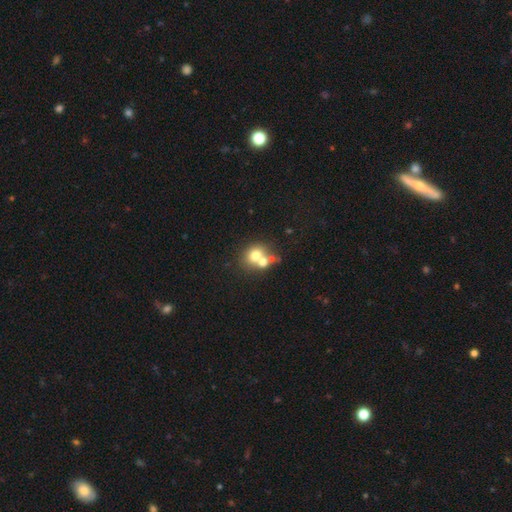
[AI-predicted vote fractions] A smooth galaxy with no disk features (68%) that is round (72%). Merging: merger (52%).